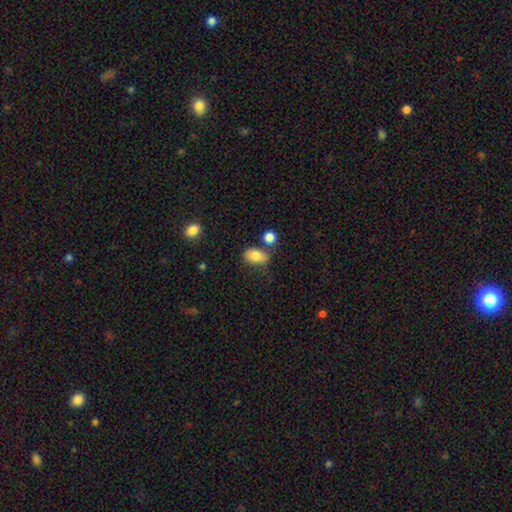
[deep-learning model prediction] smooth 82%, featured or disk 9%, star or artifact 9%. Down the decision tree: how rounded — in between (83%); merging — none (56%).